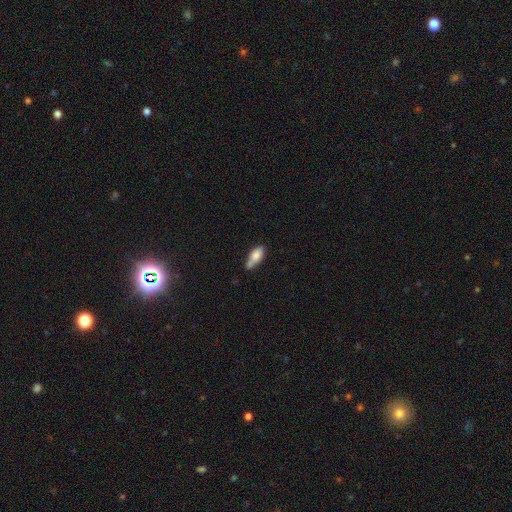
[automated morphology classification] A smooth galaxy with no disk features (77%) that is in between round and cigar-shaped (79%).

Vote fractions:
- Smooth or featured? smooth: 77% / featured or disk: 15% / star or artifact: 7%
- How rounded? in between: 79% / cigar-shaped: 18% / round: 3%
- Merging? none: 46% / minor disturbance: 31% / merger: 16% / major disturbance: 7%